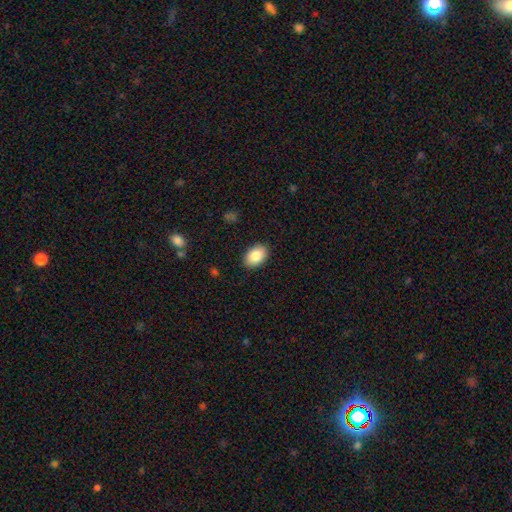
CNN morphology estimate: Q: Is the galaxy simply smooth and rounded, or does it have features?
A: smooth — 85%.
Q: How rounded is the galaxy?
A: in between — 85%.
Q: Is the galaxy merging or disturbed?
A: none — 89%.